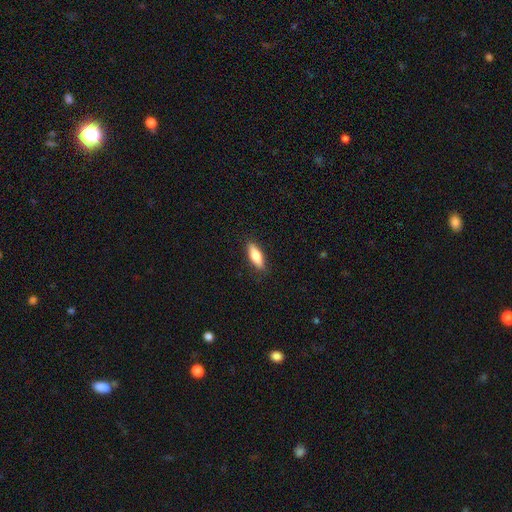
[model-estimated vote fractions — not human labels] This is likely a smooth galaxy (79%). How rounded: possibly in between (58%). Merging: clearly none (87%).